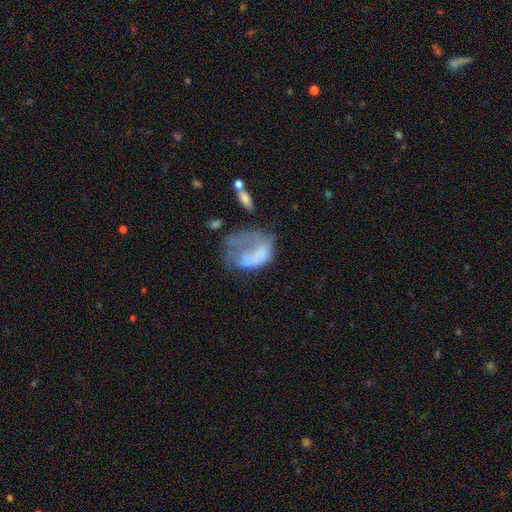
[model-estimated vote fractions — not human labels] smooth_or_featured: smooth (p=0.45) [alt: featured or disk p=0.44]
merging: major disturbance (p=0.49) [alt: none p=0.20]